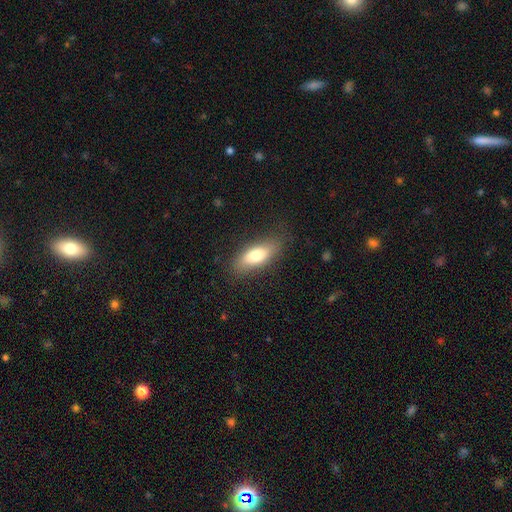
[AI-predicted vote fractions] A smooth galaxy with no disk features (75%) that is in between round and cigar-shaped (71%).

Vote fractions:
- Smooth or featured? smooth: 75% / featured or disk: 18% / star or artifact: 7%
- How rounded? in between: 71% / cigar-shaped: 26% / round: 3%
- Merging? none: 81% / minor disturbance: 14% / major disturbance: 4% / merger: 1%